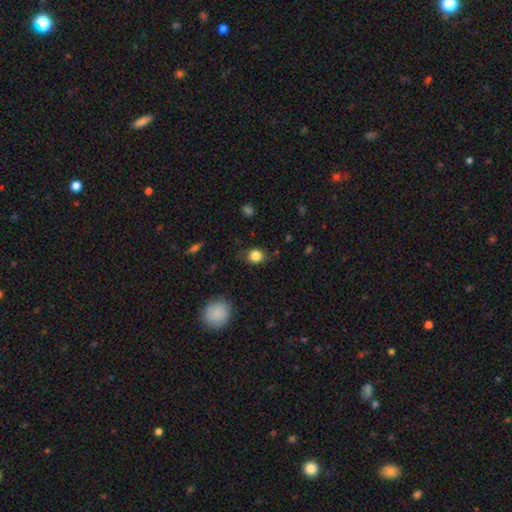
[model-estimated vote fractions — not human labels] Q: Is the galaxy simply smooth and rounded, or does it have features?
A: smooth — 84%.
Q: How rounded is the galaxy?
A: round — 68%.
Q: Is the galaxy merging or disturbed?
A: none — 79%.